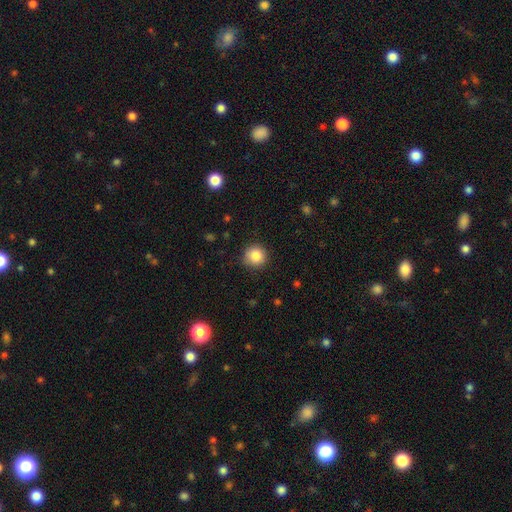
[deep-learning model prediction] smooth-or-featured: smooth: 85% | star or artifact: 10% | featured or disk: 5%
  how-rounded: round: 93% | in between: 6% | cigar-shaped: 1%
  merging: none: 87% | minor disturbance: 10% | major disturbance: 2% | merger: 1%